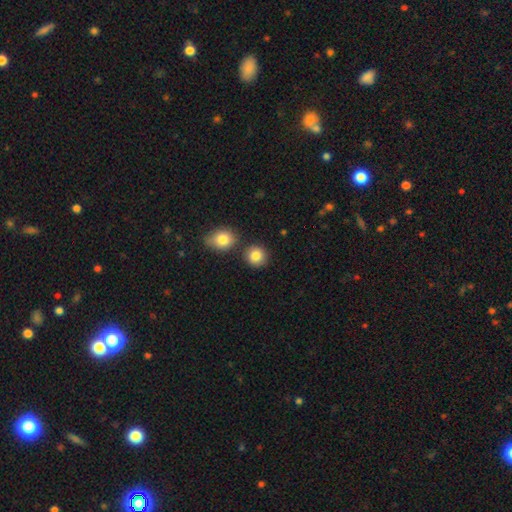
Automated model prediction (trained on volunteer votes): Smooth or featured? smooth (85%)
How rounded? round (86%)
Merging? none (78%)